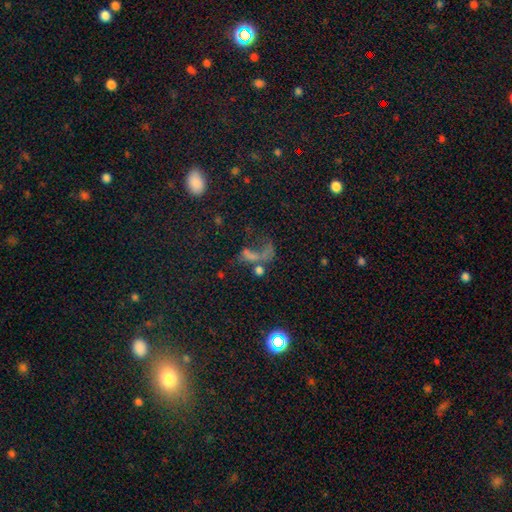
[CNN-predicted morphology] smooth_or_featured: star or artifact (p=0.34) [tied with: featured or disk p=0.34]